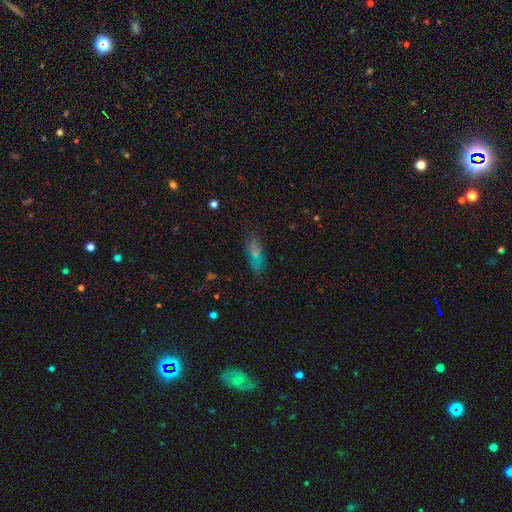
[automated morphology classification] Q: Smooth or featured?
A: smooth (63%); runner-up: featured or disk (23%)
Q: How rounded?
A: in between (60%); runner-up: cigar-shaped (36%)
Q: Merging?
A: none (74%); runner-up: minor disturbance (18%)